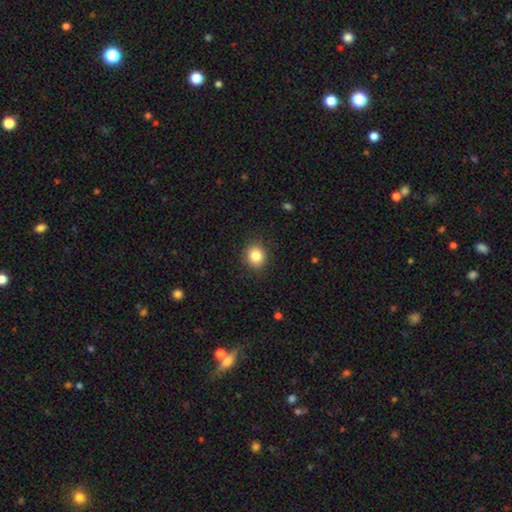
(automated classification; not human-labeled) A smooth galaxy with no disk features (84%) that is round (75%).

Vote fractions:
- Smooth or featured? smooth: 84% / star or artifact: 10% / featured or disk: 5%
- How rounded? round: 75% / in between: 24% / cigar-shaped: 1%
- Merging? none: 89% / minor disturbance: 8% / major disturbance: 2% / merger: 1%